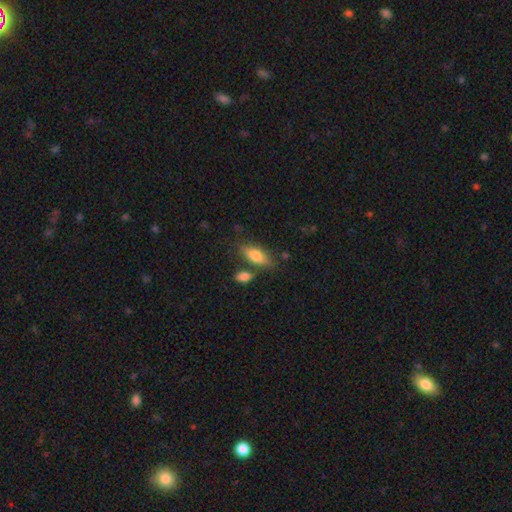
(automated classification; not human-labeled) Morphology: type=smooth (72%); roundness=in between (71%); merging=none (68%).